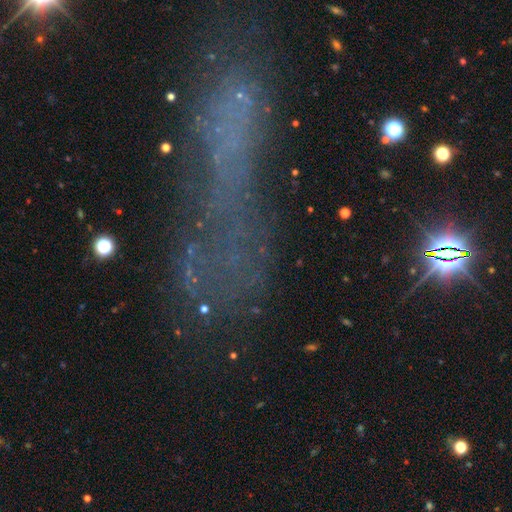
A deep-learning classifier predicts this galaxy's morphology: Smooth or featured? Predicted: star or artifact (p=0.47).